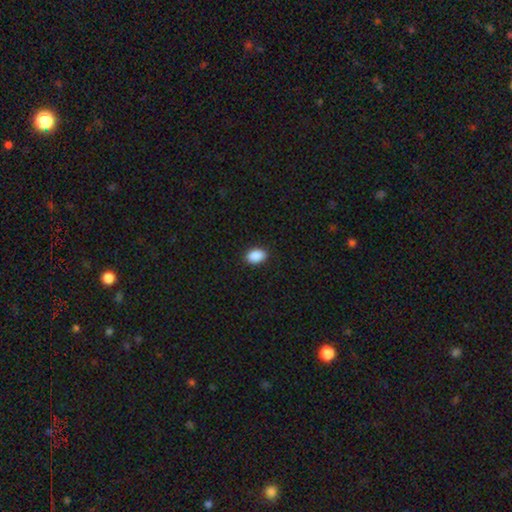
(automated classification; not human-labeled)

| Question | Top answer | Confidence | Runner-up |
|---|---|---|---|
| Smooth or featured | smooth | 91% | star or artifact (7%) |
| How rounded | in between | 87% | round (12%) |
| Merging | none | 90% | minor disturbance (7%) |